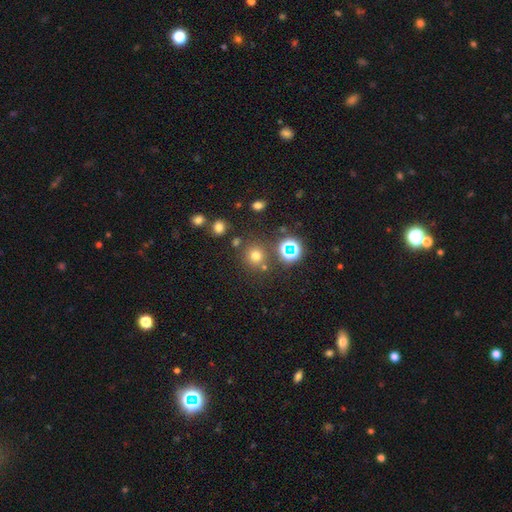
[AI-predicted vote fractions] A smooth galaxy with no disk features (67%) that is round (92%).

Vote fractions:
- Smooth or featured? smooth: 67% / star or artifact: 25% / featured or disk: 8%
- How rounded? round: 92% / in between: 7% / cigar-shaped: 1%
- Merging? none: 79% / minor disturbance: 9% / merger: 9% / major disturbance: 4%